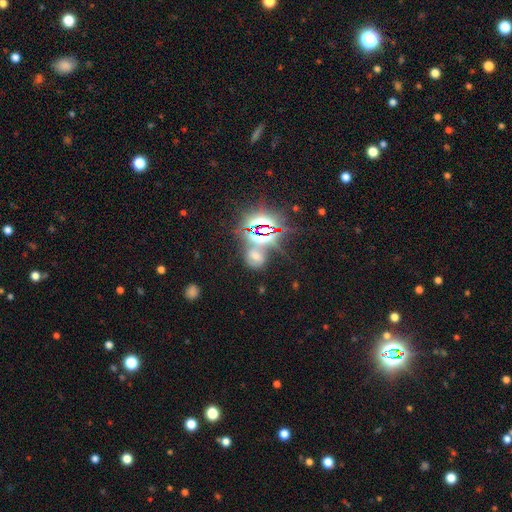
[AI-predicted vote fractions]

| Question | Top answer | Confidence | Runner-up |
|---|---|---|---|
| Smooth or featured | star or artifact | 51% | smooth (33%) |